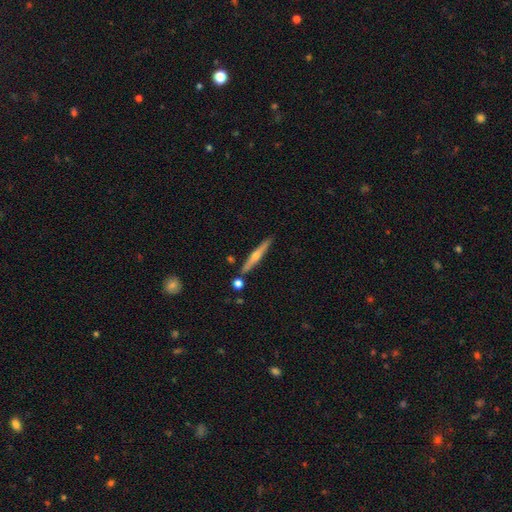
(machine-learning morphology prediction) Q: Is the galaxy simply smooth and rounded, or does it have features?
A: featured or disk — 68%.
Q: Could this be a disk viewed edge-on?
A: yes — 97%.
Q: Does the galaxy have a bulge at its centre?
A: rounded — 85%.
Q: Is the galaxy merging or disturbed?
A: none — 87%.